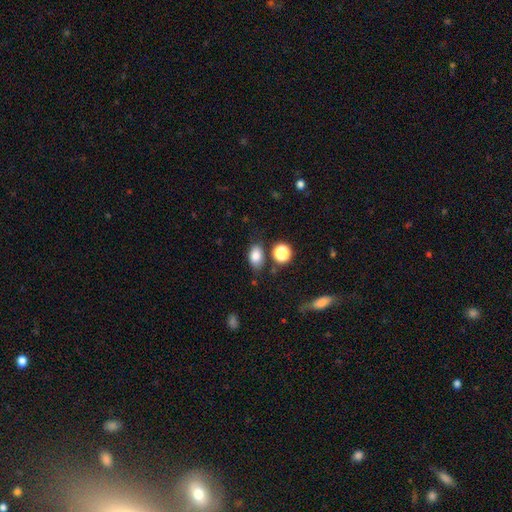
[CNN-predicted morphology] This appears to be a smooth galaxy with no disk features (82%) that is in between round and cigar-shaped (81%). Merging: none (73%).